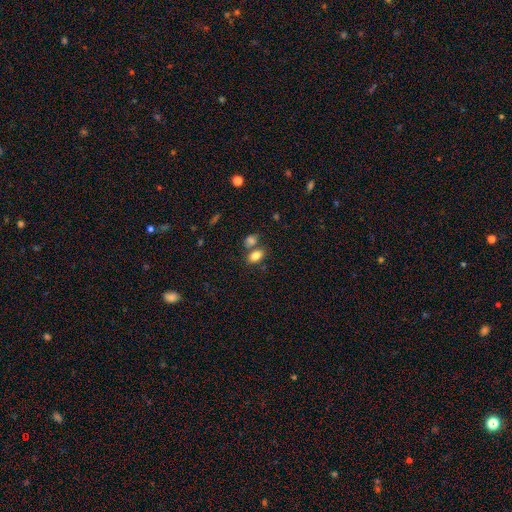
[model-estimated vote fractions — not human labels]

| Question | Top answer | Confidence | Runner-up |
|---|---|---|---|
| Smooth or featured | smooth | 81% | star or artifact (10%) |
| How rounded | in between | 86% | round (11%) |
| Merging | none | 56% | merger (29%) |